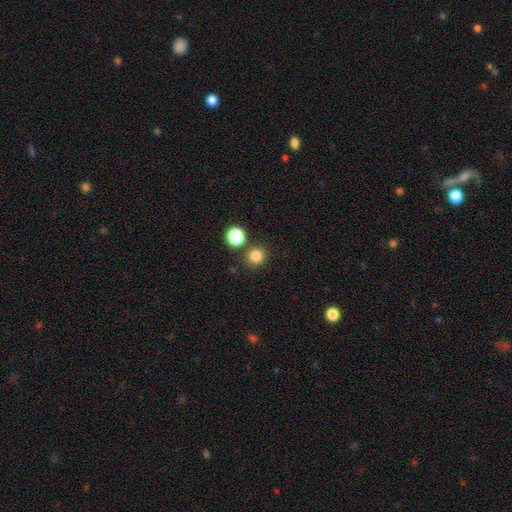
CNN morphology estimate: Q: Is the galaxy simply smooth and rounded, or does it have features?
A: smooth — 82%.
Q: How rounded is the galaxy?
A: round — 93%.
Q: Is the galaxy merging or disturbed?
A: none — 83%.